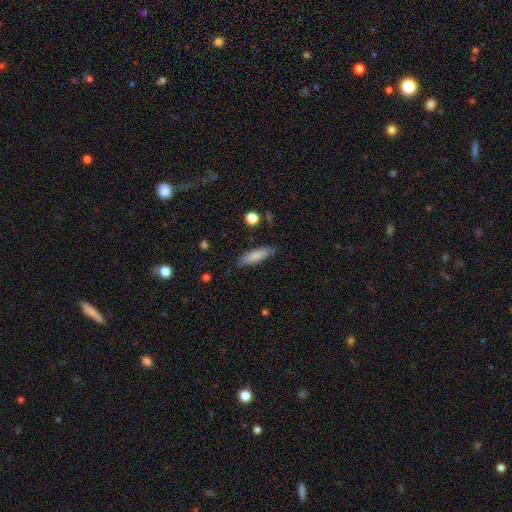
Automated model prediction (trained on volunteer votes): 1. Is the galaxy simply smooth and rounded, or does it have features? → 83% smooth, 10% featured or disk, 7% star or artifact.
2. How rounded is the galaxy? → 58% cigar-shaped, 41% in between, 2% round.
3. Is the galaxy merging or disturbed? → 82% none, 13% minor disturbance, 3% major disturbance, 2% merger.